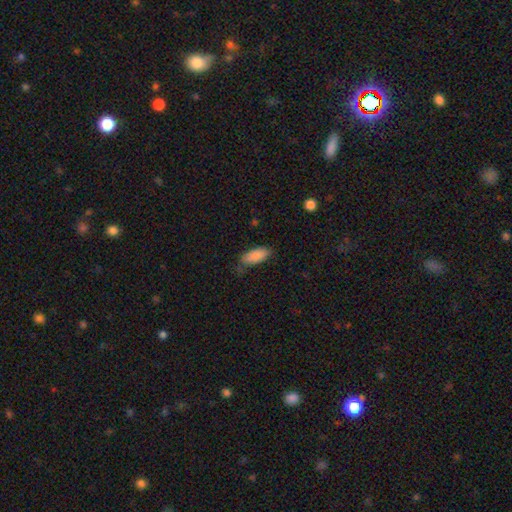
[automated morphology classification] Overall: smooth (87%). How rounded: in between (83%). Merging: none (62%; minor disturbance 29%).